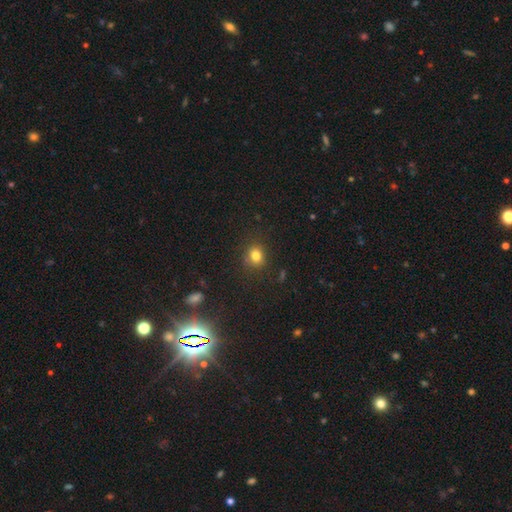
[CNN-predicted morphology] Overall: smooth (80%). How rounded: round (71%). Merging: none (83%).